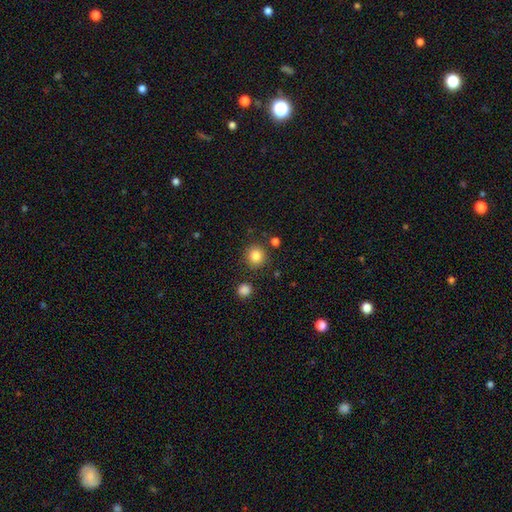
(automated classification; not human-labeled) This appears to be a smooth galaxy with no disk features (85%) that is round (91%). Merging: none (87%).